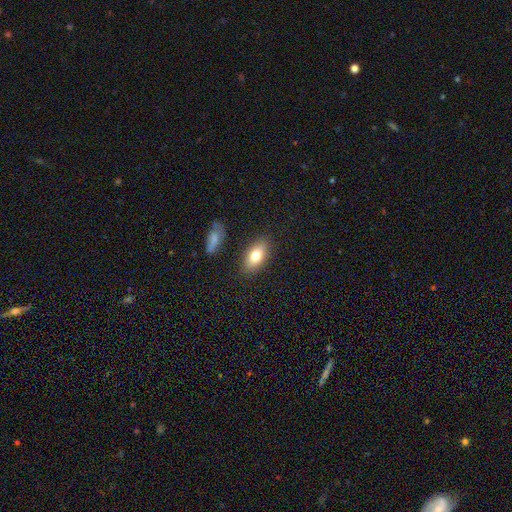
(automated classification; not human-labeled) The model was most divided on "smooth or featured": smooth: 76%, featured or disk: 16%, star or artifact: 7%. More confident: how rounded — in between (88%); merging — none (83%).